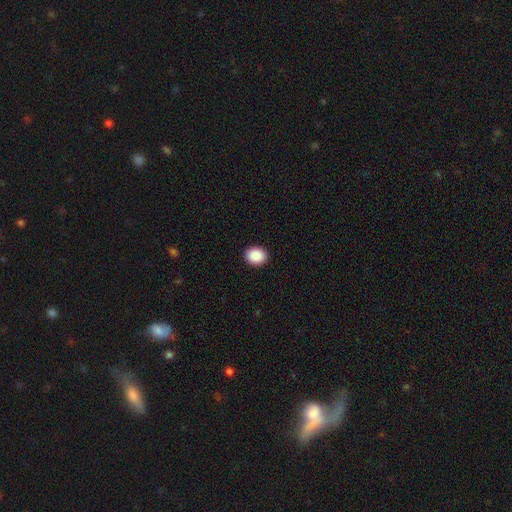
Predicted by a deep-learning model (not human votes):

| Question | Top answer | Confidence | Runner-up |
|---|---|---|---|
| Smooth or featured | smooth | 90% | star or artifact (8%) |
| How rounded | round | 56% | in between (44%) |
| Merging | none | 92% | minor disturbance (6%) |